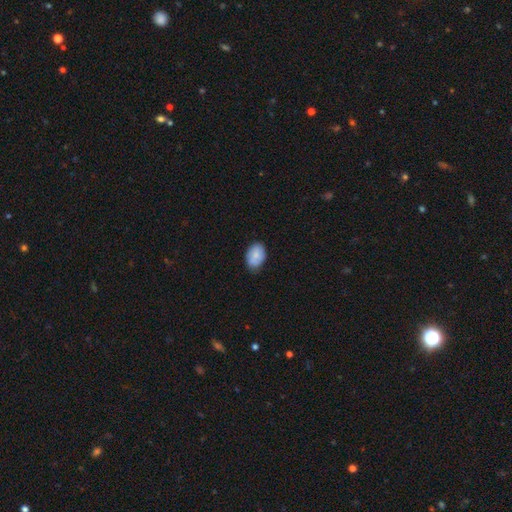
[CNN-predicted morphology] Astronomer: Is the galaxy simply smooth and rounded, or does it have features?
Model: smooth — 84%.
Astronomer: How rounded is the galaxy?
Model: in between — 86%.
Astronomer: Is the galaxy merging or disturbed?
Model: none — 80%.